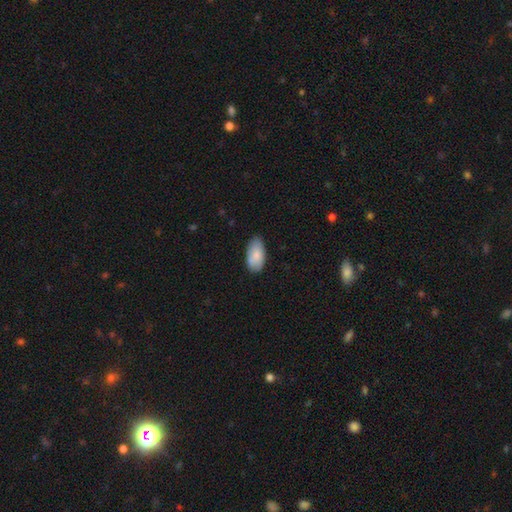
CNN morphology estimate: Smooth or featured? smooth (80%)
How rounded? in between (95%)
Merging? none (76%)